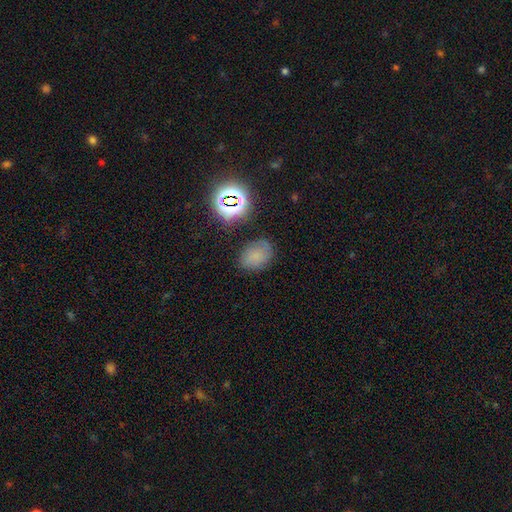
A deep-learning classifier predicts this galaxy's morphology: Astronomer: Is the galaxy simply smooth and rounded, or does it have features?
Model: smooth — 57%.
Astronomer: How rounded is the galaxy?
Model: in between — 67%.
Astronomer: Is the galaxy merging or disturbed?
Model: none — 67%.